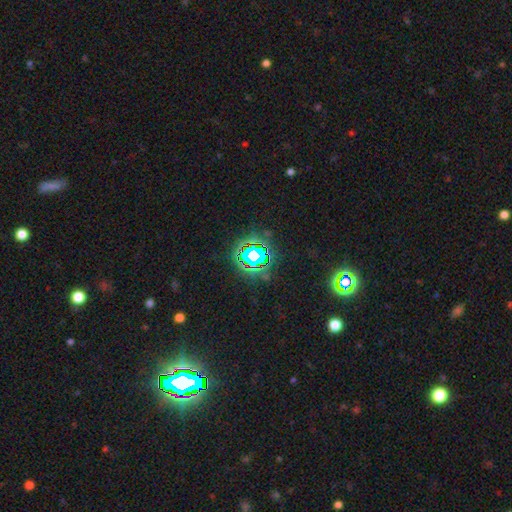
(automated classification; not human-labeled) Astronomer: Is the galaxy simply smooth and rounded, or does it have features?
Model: star or artifact — 74%.